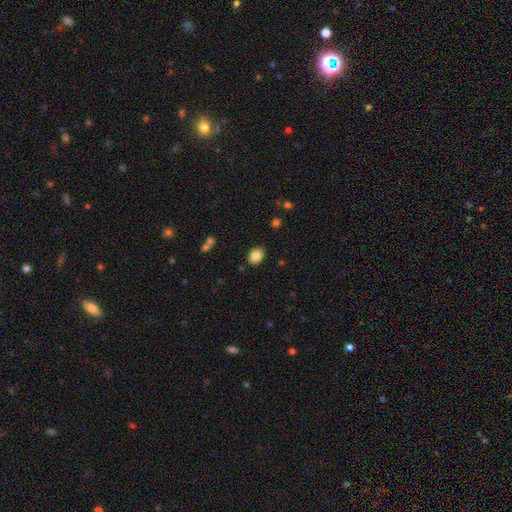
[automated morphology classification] Smooth or featured: smooth — 85% (star or artifact — 9%)
How rounded: in between — 65% (round — 34%)
Merging: none — 86% (minor disturbance — 9%)